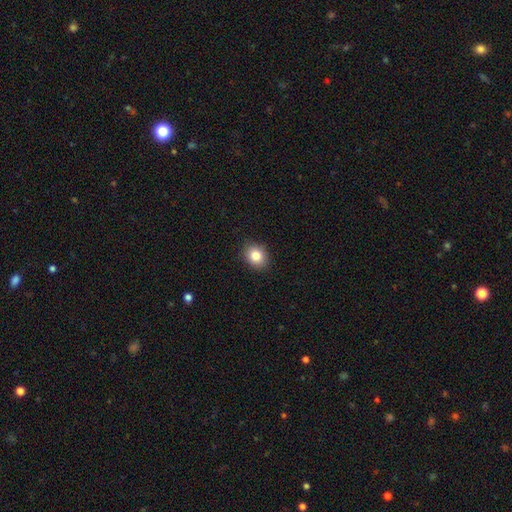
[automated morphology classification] The model was most divided on "how rounded": round: 54%, in between: 45%, cigar-shaped: 1%. More confident: merging — none (90%); smooth or featured — smooth (83%).